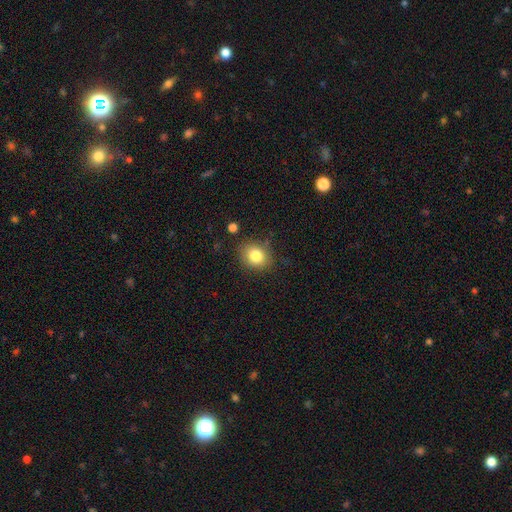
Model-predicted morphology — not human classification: Q: Smooth or featured?
A: smooth (82%); runner-up: star or artifact (10%)
Q: How rounded?
A: round (67%); runner-up: in between (32%)
Q: Merging?
A: none (81%); runner-up: minor disturbance (13%)